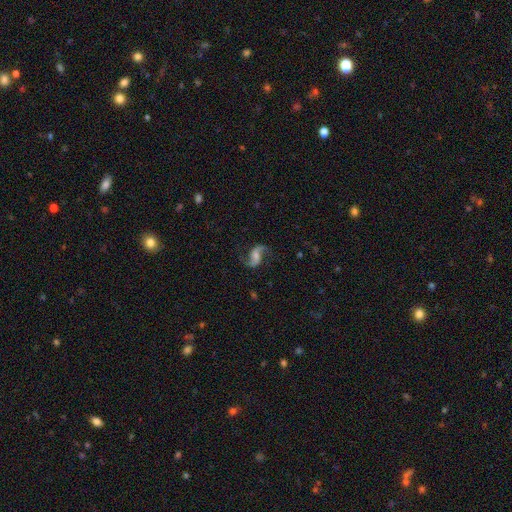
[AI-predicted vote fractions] featured or disk 85%, smooth 9%, star or artifact 7%. Down the decision tree: edge-on disk — no (97%); bar — weak (41%); spiral arms — yes (96%); spiral arm count — 2 (93%); spiral winding — loose (72%); bulge size — small (38%); merging — none (76%).